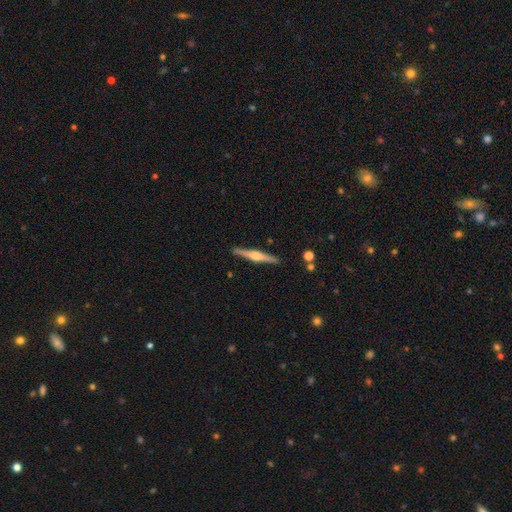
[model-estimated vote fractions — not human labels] This appears to be a featured or disk galaxy (75%) viewed edge-on (98%) with a rounded central bulge (88%). Merging: none (91%).